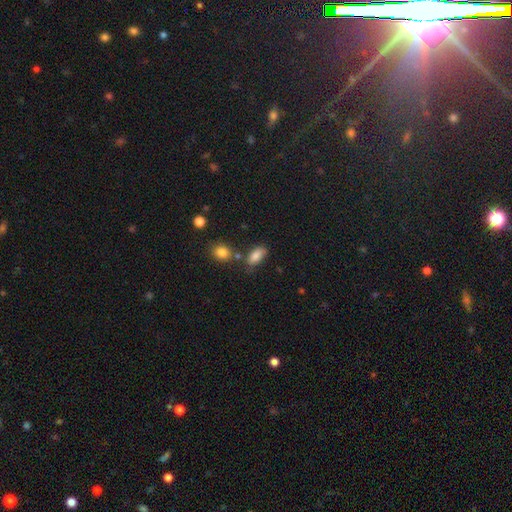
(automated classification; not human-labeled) This is clearly a smooth galaxy (84%). How rounded: clearly in between (87%). Merging: likely none (66%).